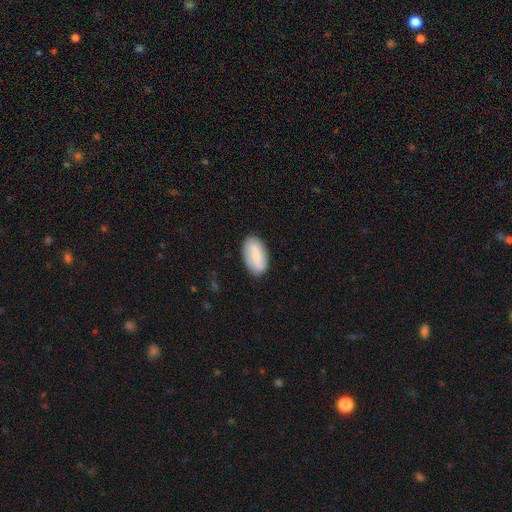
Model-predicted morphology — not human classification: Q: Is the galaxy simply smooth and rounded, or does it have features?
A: smooth — 72%.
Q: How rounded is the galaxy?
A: in between — 93%.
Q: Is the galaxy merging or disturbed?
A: none — 85%.